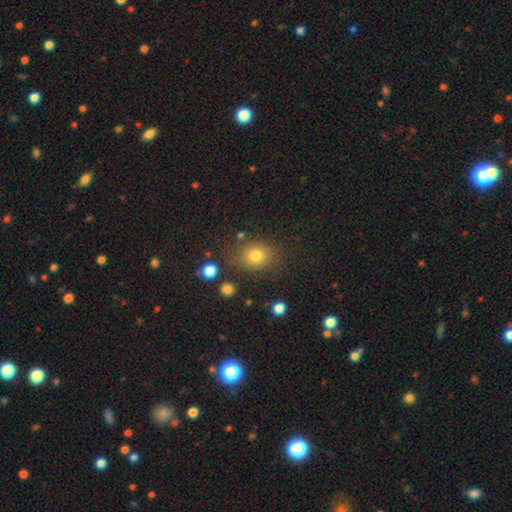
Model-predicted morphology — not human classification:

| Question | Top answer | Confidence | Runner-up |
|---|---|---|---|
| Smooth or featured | smooth | 79% | star or artifact (14%) |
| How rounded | round | 70% | in between (29%) |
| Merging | none | 79% | minor disturbance (12%) |